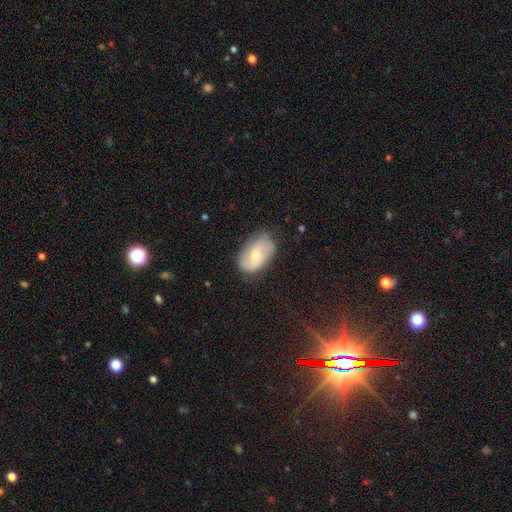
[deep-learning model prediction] Smooth or featured? Predicted: featured or disk (p=0.47). Merging? Predicted: none (p=0.68).